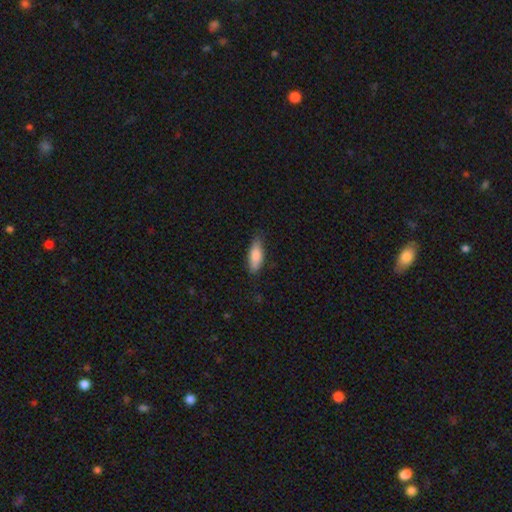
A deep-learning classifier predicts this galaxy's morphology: Smooth or featured? smooth (83%)
How rounded? in between (70%)
Merging? none (76%)